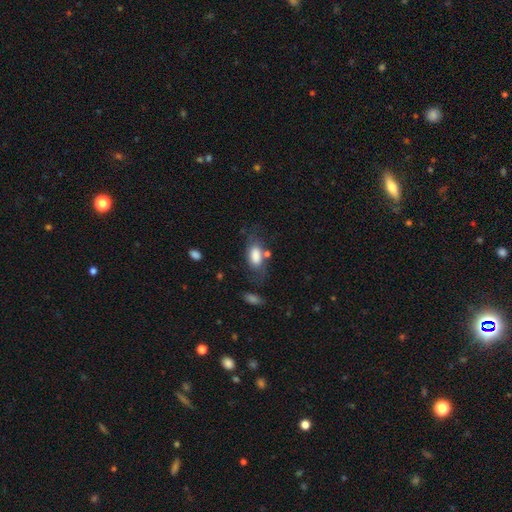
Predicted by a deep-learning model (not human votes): smooth_or_featured: smooth (p=0.74) [alt: featured or disk p=0.18]
how_rounded: in between (p=0.89) [alt: cigar-shaped p=0.06]
merging: none (p=0.53) [alt: minor disturbance p=0.23]